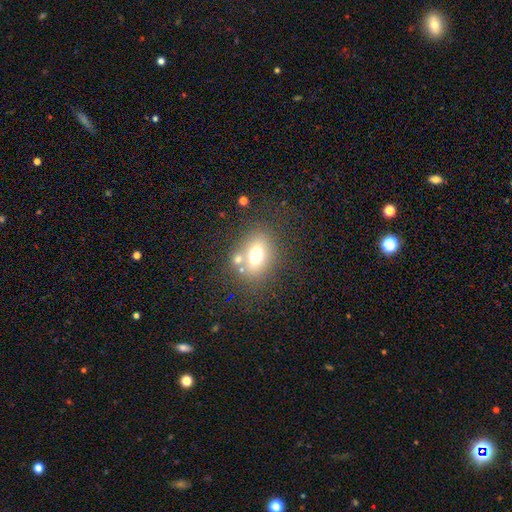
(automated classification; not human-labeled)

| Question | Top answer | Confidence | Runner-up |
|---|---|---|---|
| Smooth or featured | smooth | 66% | featured or disk (21%) |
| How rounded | in between | 69% | round (28%) |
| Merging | none | 64% | merger (16%) |